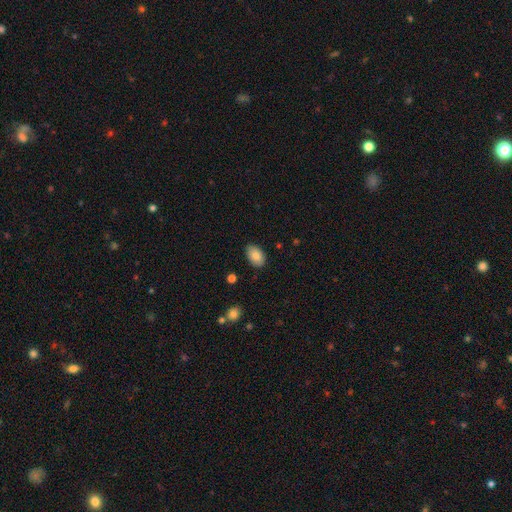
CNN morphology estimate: Smooth or featured? smooth (85%)
How rounded? in between (88%)
Merging? none (85%)